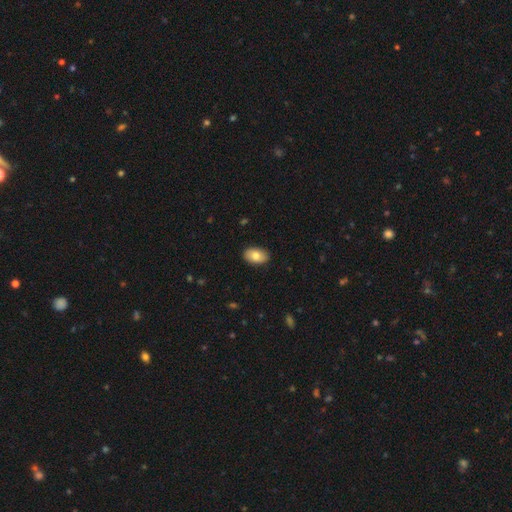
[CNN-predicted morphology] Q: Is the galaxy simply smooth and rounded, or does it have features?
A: smooth — 82%.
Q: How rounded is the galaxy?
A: in between — 92%.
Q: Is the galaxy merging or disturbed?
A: none — 89%.